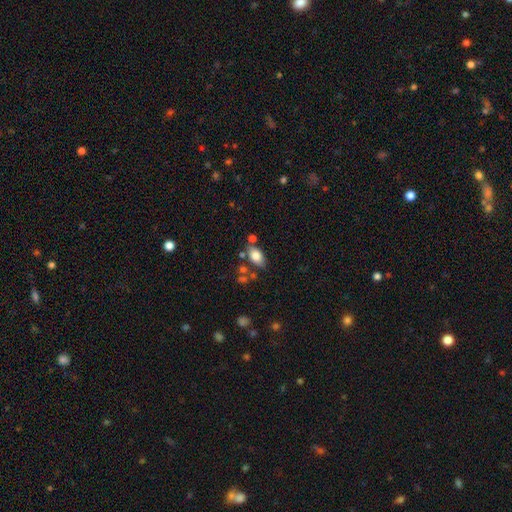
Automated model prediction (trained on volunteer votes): Smooth or featured? smooth (78%)
How rounded? in between (89%)
Merging? none (67%)